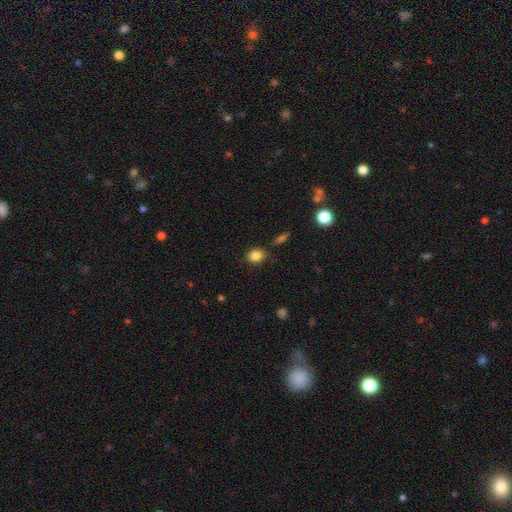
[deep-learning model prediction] Morphology: type=smooth (85%); roundness=round (64%); merging=none (78%).